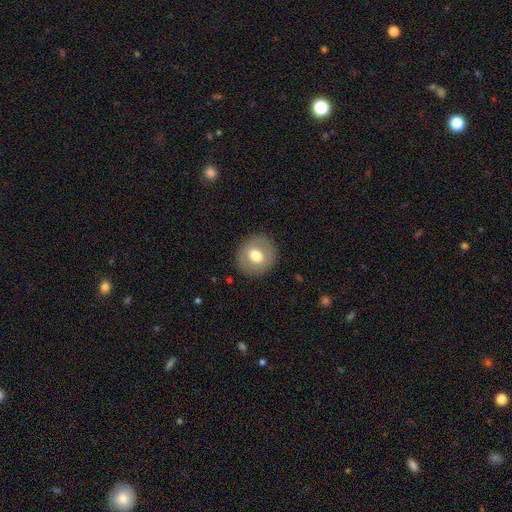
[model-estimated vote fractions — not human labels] Overall: smooth (65%; featured or disk 28%). How rounded: round (86%). Merging: none (88%).